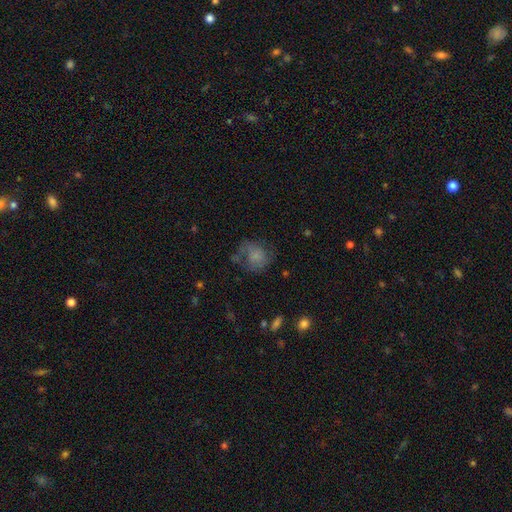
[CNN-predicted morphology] Smooth or featured: smooth — 60% (featured or disk — 29%)
How rounded: round — 70% (in between — 29%)
Merging: none — 42% (major disturbance — 28%)